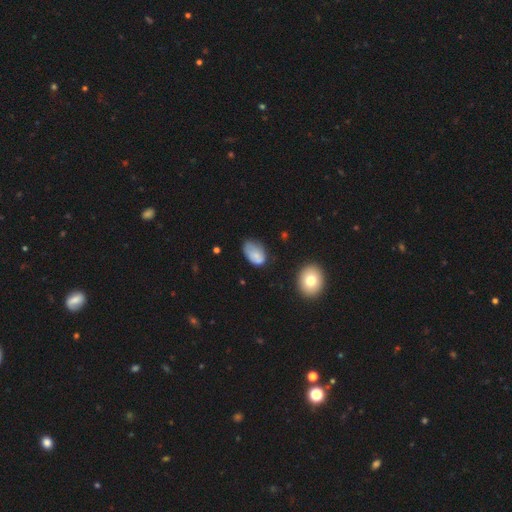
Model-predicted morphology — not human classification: This is likely a smooth galaxy (73%). How rounded: clearly in between (90%). Merging: marginally none (44%).